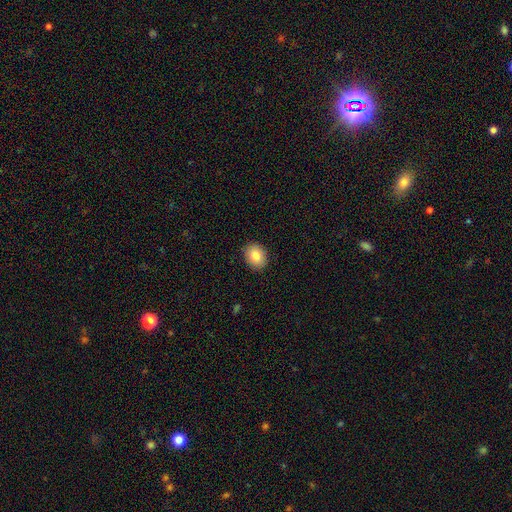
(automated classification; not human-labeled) The model was most divided on "how rounded": in between: 54%, round: 45%, cigar-shaped: 1%. More confident: merging — none (90%); smooth or featured — smooth (84%).